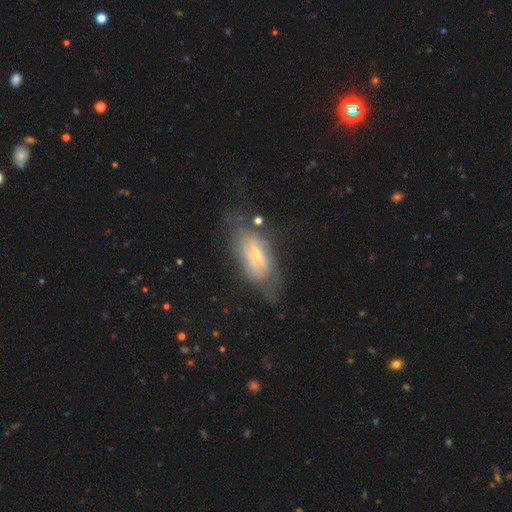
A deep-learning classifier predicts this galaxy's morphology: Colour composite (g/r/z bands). It shows a featured or disk galaxy (54%). Merging: none (46%).